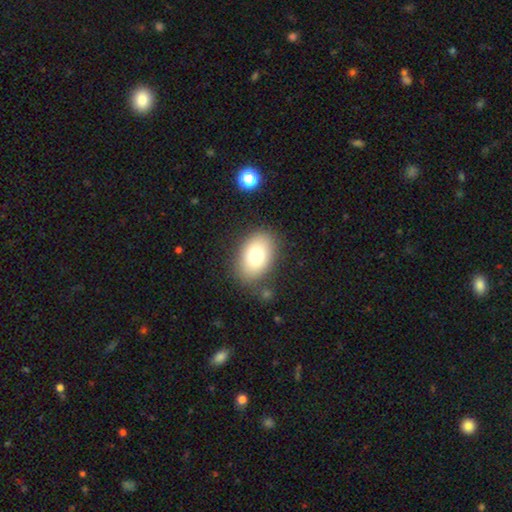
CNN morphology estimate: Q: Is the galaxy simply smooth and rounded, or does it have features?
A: smooth — 78%.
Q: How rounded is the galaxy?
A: in between — 85%.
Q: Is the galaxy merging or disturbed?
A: none — 82%.